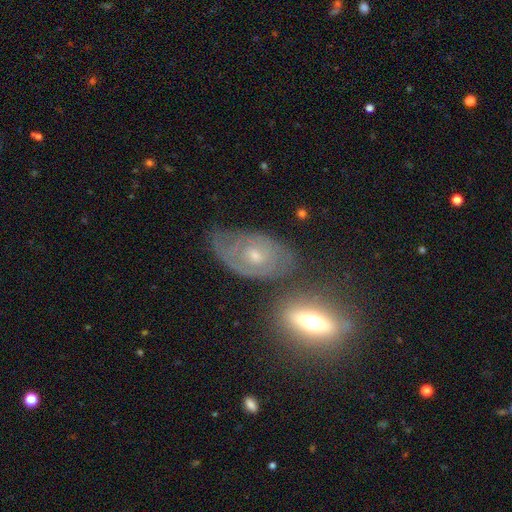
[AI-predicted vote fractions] smooth-or-featured: featured or disk: 74% | smooth: 19% | star or artifact: 7%
  disk-edge-on: no: 93% | yes: 7%
    bar: no: 72% | weak: 24% | strong: 5%
    has-spiral-arms: yes: 79% | no: 21%
      spiral-winding: tight: 68% | medium: 24% | loose: 8%
      spiral-arm-count: can't tell: 45% | 2: 33% | 1: 11% | 3: 6% | 4: 3% | more than 4: 2%
    bulge-size: small: 55% | moderate: 40% | large: 2% | none: 2% | dominant: 1%
  merging: none: 53% | minor disturbance: 24% | major disturbance: 15% | merger: 9%